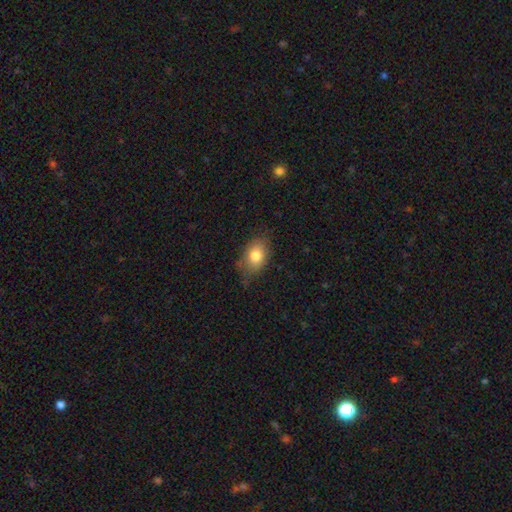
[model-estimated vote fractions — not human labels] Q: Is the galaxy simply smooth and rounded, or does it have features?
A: smooth — 80%.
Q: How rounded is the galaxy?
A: in between — 80%.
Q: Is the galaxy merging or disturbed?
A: none — 74%.